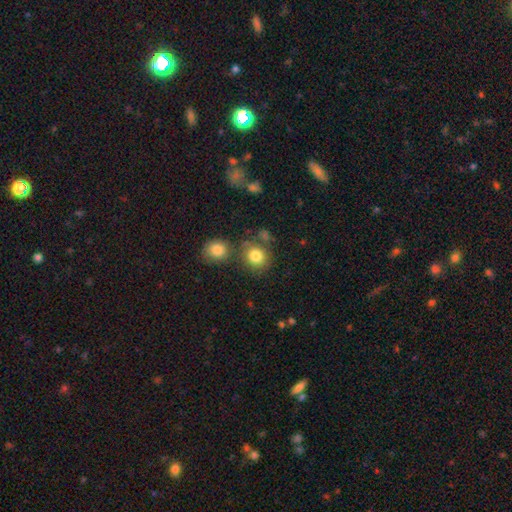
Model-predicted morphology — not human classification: The model was most divided on "merging": none: 67%, merger: 17%, minor disturbance: 11%, major disturbance: 4%. More confident: smooth or featured — smooth (82%); how rounded — round (81%).